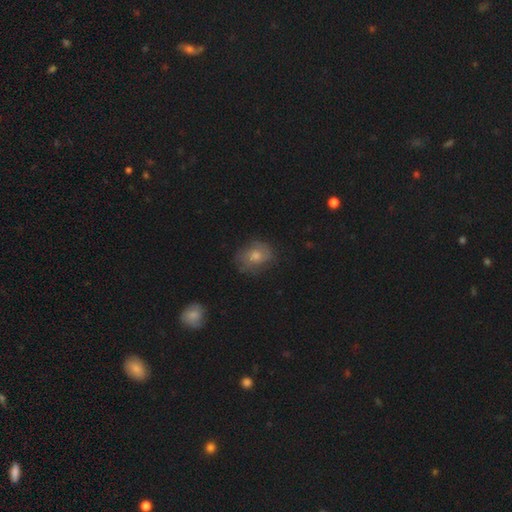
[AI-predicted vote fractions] Overall: smooth (50%; featured or disk 35%). How rounded: round (54%; in between 45%). Merging: none (73%).